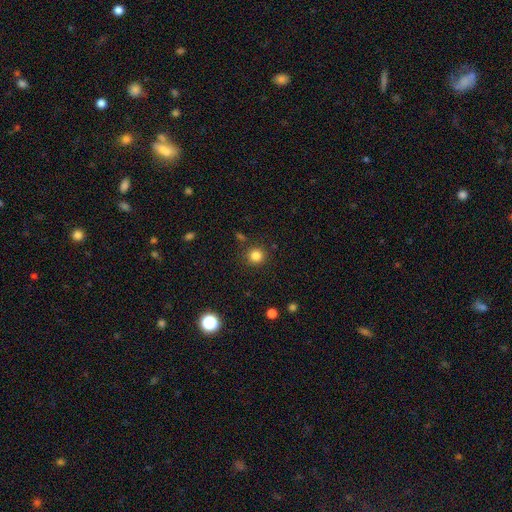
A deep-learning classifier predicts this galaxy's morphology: Q: Smooth or featured?
A: smooth (83%); runner-up: star or artifact (13%)
Q: How rounded?
A: round (92%); runner-up: in between (7%)
Q: Merging?
A: none (87%); runner-up: minor disturbance (7%)